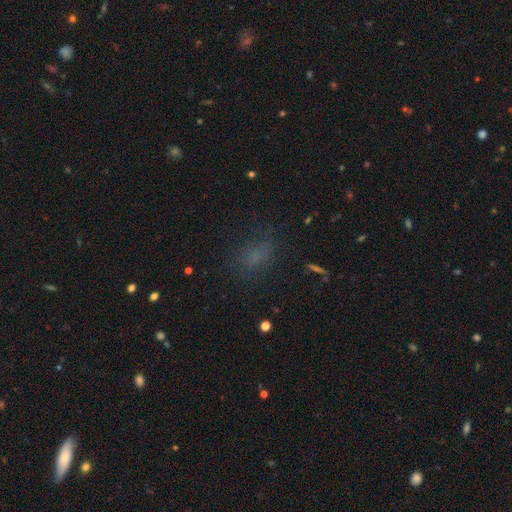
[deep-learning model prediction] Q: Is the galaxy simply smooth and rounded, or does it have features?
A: smooth — 65%.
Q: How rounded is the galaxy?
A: in between — 74%.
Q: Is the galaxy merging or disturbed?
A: none — 68%.